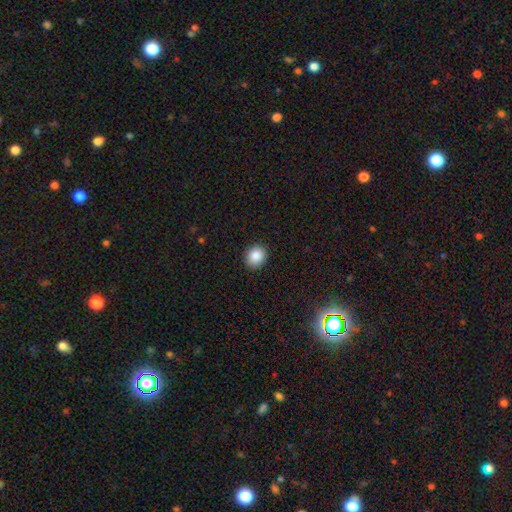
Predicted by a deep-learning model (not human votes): Smooth or featured?
  - smooth: 88% *
  - star or artifact: 9%
  - featured or disk: 4%
How rounded?
  - round: 76% *
  - in between: 23%
  - cigar-shaped: 1%
Merging?
  - none: 90% *
  - minor disturbance: 7%
  - major disturbance: 2%
  - merger: 1%